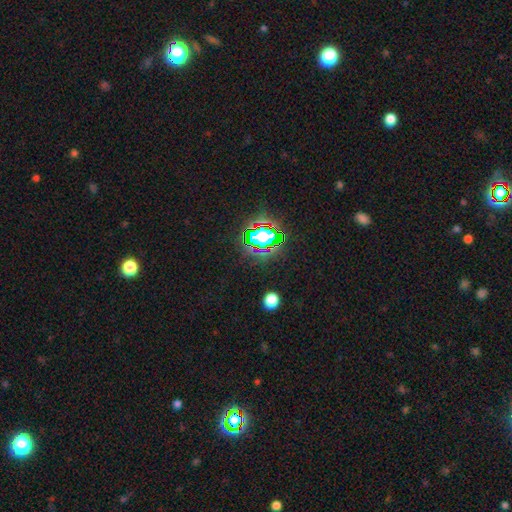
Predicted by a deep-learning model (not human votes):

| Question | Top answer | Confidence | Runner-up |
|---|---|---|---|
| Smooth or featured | star or artifact | 75% | smooth (17%) |